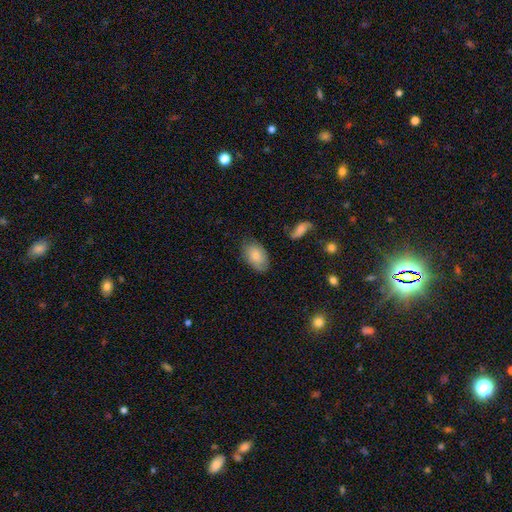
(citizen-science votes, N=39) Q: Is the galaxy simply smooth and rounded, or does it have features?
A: smooth — 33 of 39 (85%).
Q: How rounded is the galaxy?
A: in between — 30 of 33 (91%).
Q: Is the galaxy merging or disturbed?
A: none — 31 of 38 (82%).